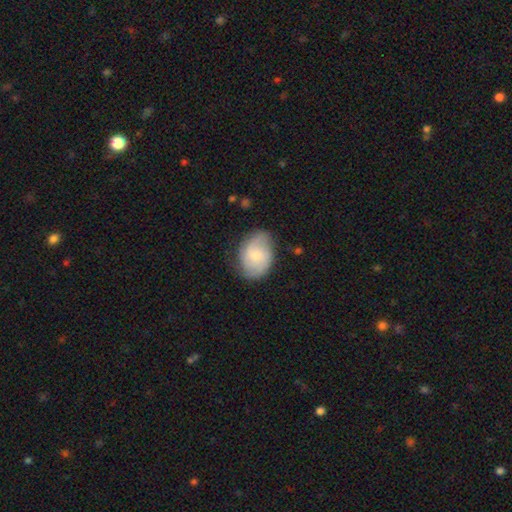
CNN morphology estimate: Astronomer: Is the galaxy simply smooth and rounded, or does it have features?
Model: featured or disk — 48% (runner-up: smooth, 45%).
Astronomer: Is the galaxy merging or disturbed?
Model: none — 72%.